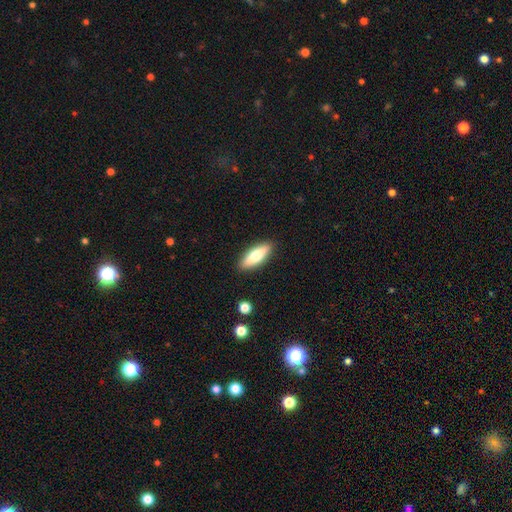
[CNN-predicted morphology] Smooth or featured: smooth — 63% (featured or disk — 31%)
How rounded: in between — 50% (cigar-shaped — 48%)
Merging: none — 89% (minor disturbance — 8%)